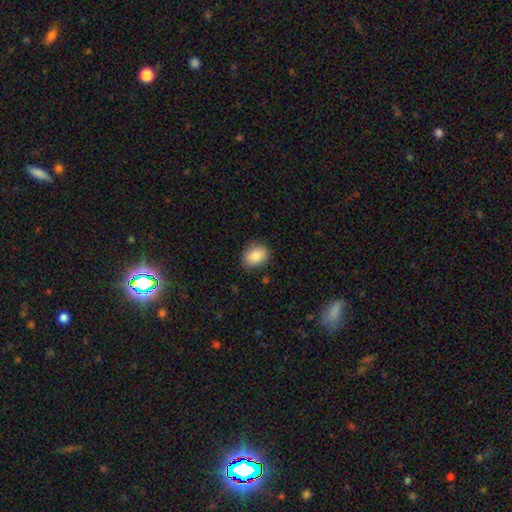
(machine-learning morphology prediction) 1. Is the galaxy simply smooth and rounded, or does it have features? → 85% smooth, 8% star or artifact, 7% featured or disk.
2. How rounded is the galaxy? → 60% in between, 39% round, 1% cigar-shaped.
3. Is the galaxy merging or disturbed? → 83% none, 13% minor disturbance, 3% major disturbance, 1% merger.